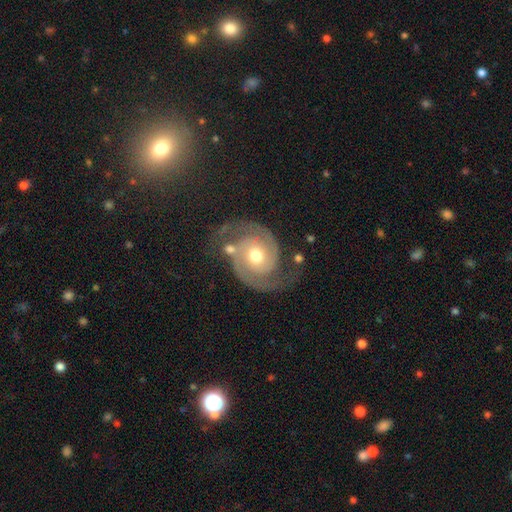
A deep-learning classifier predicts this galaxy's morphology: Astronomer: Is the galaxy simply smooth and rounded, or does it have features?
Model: featured or disk — 91%.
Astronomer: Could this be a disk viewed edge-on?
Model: no — 98%.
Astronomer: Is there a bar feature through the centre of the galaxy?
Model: no — 70%.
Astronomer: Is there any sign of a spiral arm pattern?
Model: yes — 98%.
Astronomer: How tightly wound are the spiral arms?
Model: medium — 48% (runner-up: tight, 41%).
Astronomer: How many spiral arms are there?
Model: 2 — 94%.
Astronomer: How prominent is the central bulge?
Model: moderate — 76%.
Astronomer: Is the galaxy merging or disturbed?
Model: none — 71%.